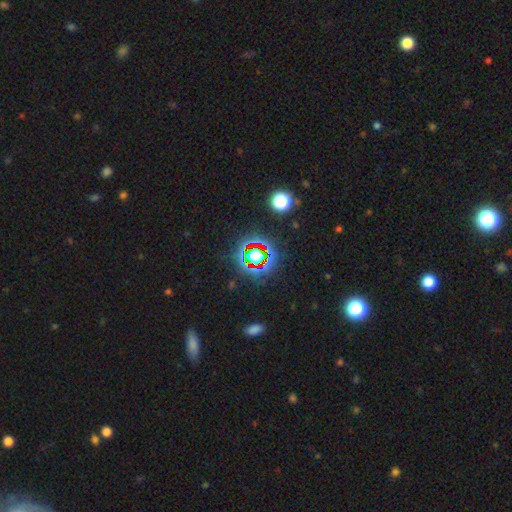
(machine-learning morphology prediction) type=star or artifact (69%).